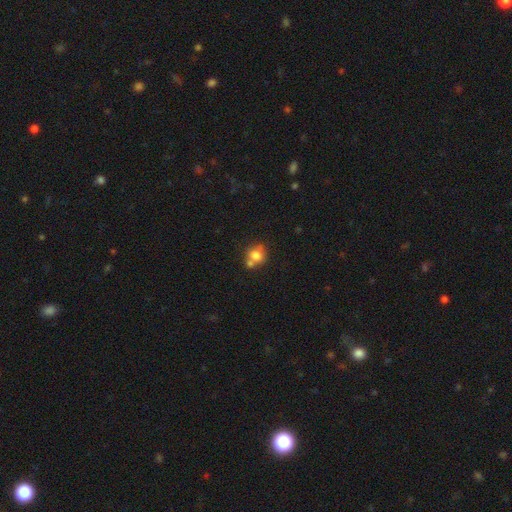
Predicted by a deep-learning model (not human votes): Morphology: type=smooth (74%); roundness=round (75%); merging=none (49%).